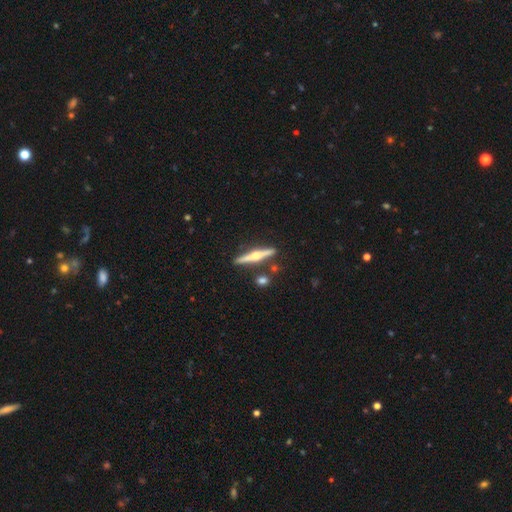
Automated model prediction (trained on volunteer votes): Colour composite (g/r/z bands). It shows a featured or disk galaxy (74%) viewed edge-on (98%) with a rounded central bulge (94%). Merging: none (85%).